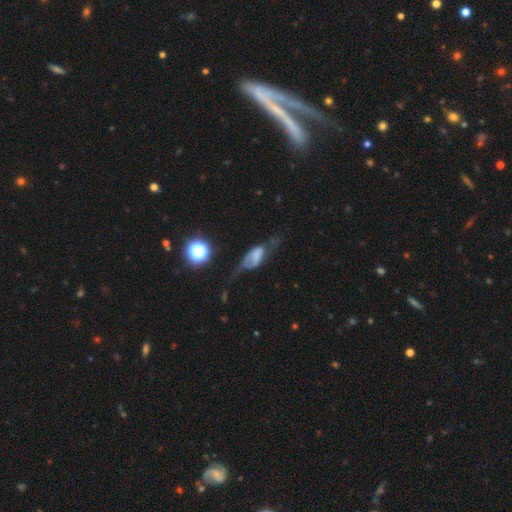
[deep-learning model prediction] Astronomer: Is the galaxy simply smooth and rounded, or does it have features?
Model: featured or disk — 45% (runner-up: smooth, 44%).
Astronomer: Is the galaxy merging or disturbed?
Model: major disturbance — 44% (runner-up: none, 26%).